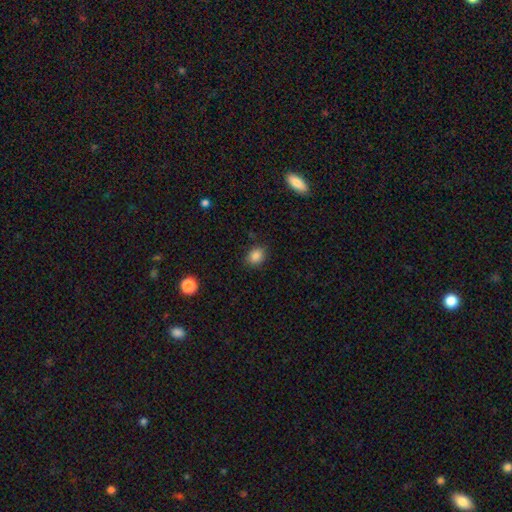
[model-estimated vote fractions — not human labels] This is clearly a smooth galaxy (85%). How rounded: possibly in between (56%). Merging: clearly none (85%).